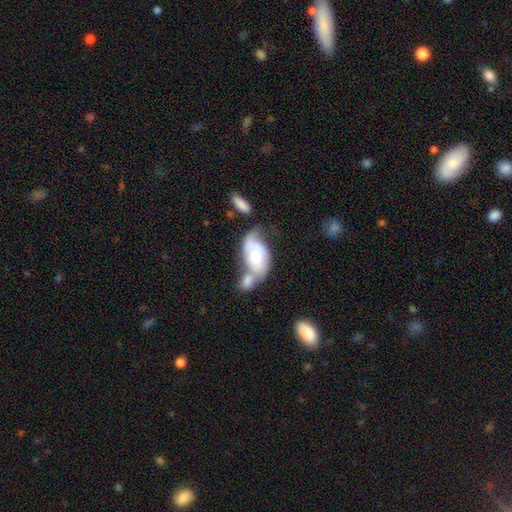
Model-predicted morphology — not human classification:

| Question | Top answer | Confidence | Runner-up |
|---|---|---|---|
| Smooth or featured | featured or disk | 53% | smooth (41%) |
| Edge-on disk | no | 94% | yes (6%) |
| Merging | merger | 53% | none (17%) |